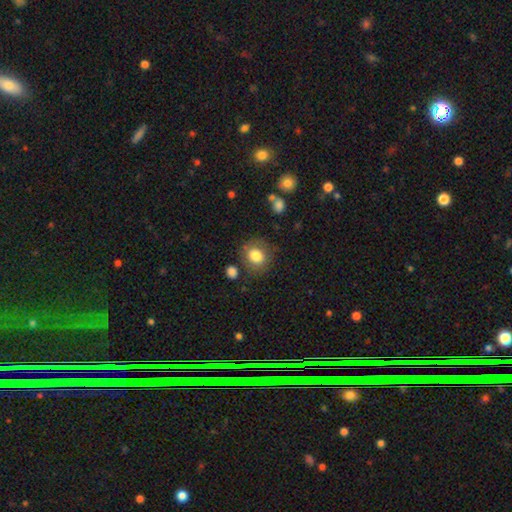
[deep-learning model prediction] This is clearly a smooth galaxy (80%). How rounded: likely round (74%). Merging: likely none (77%).